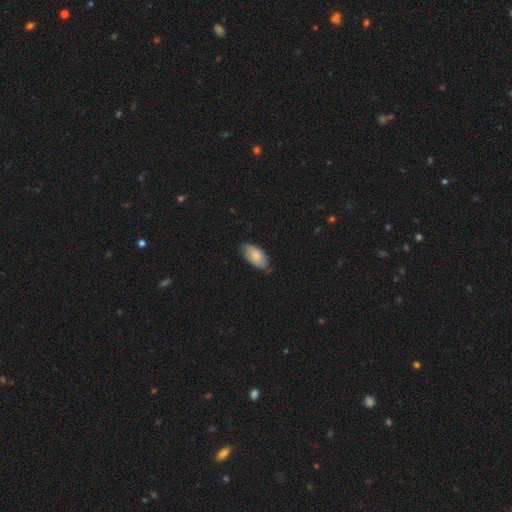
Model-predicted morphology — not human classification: A smooth galaxy with no disk features (77%) that is in between round and cigar-shaped (93%). Merging: none (74%).